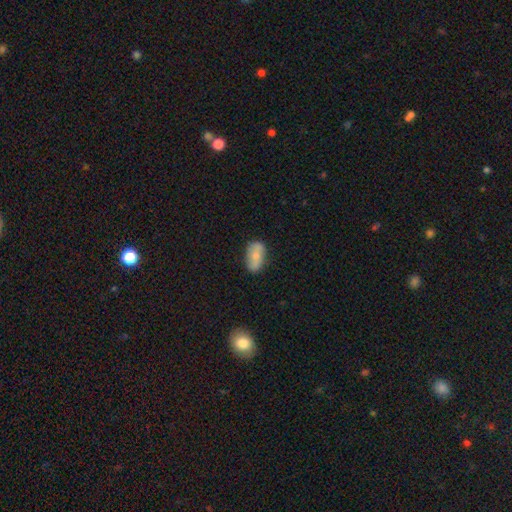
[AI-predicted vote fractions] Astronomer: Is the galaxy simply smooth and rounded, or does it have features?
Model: smooth — 70%.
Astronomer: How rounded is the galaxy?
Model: in between — 90%.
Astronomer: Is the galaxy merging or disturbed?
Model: none — 74%.